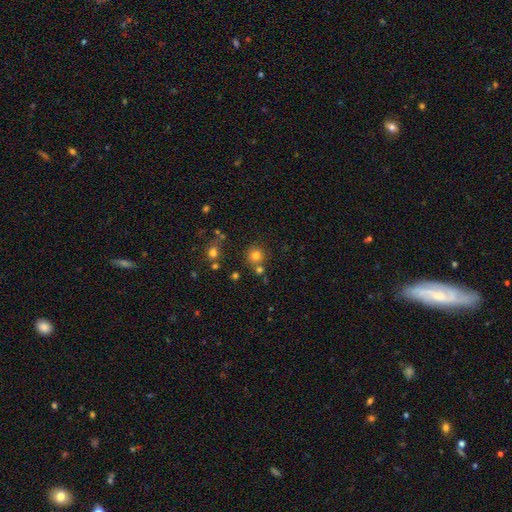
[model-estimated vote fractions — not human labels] The model was most divided on "smooth or featured": smooth: 77%, star or artifact: 16%, featured or disk: 7%. More confident: how rounded — round (93%); merging — none (75%).